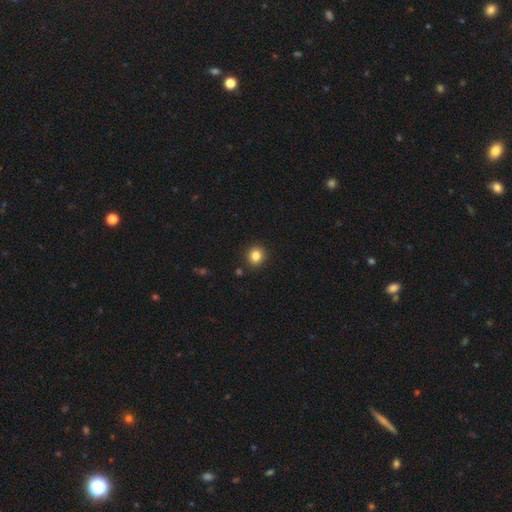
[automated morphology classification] Overall: smooth (84%). How rounded: round (84%). Merging: none (90%).